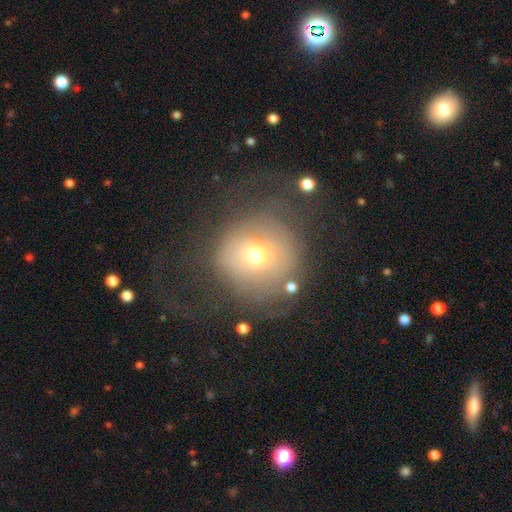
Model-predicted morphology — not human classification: smooth_or_featured: smooth (p=0.55) [alt: featured or disk p=0.31]
how_rounded: round (p=0.91) [alt: in between p=0.09]
merging: none (p=0.45) [alt: major disturbance p=0.35]